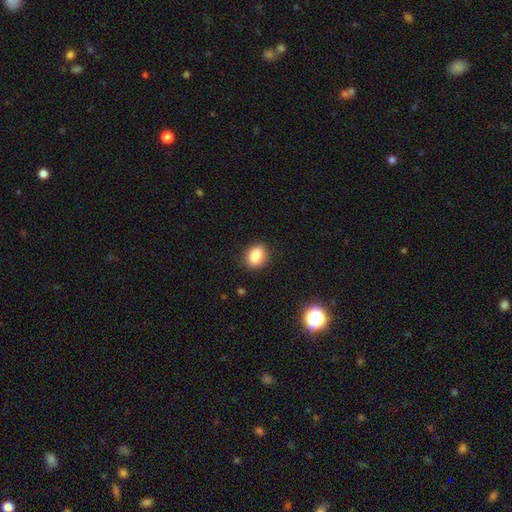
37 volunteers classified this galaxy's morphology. This appears to be a smooth galaxy with no disk features (89%) that is in between round and cigar-shaped (67%). Merging: none (88%).